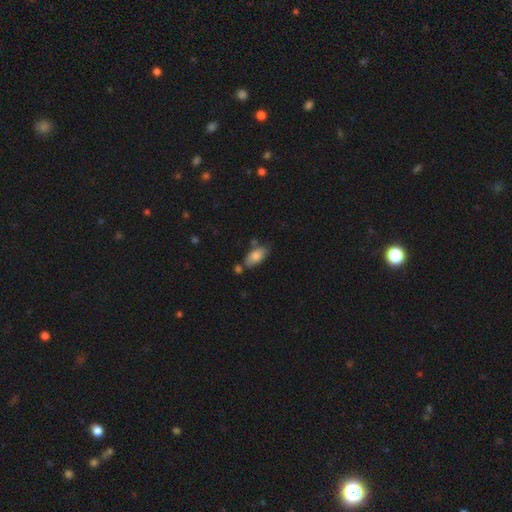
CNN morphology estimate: Overall: smooth (80%). How rounded: in between (91%). Merging: none (63%).